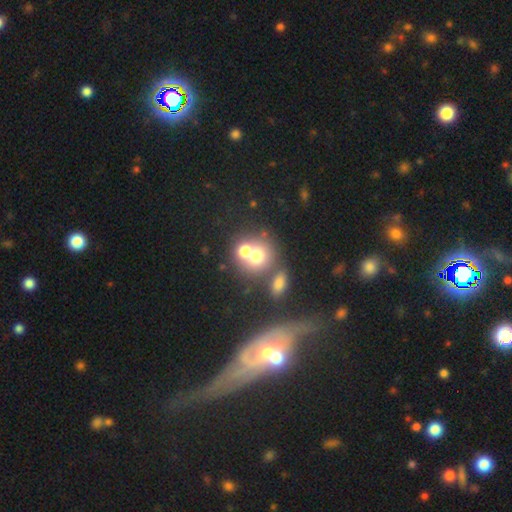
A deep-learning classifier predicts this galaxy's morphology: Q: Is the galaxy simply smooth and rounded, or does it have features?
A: smooth — 65%.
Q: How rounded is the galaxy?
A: round — 78%.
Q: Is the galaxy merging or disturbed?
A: merger — 56%.